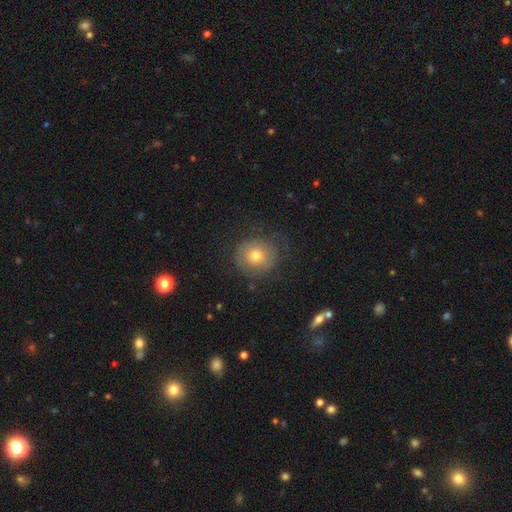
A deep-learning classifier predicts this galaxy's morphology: smooth 60%, featured or disk 30%, star or artifact 11%. Down the decision tree: how rounded — round (87%); merging — none (67%).